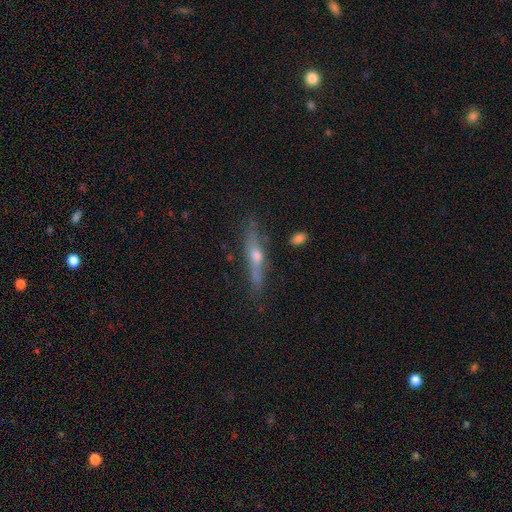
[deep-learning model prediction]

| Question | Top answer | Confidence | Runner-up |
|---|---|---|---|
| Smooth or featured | featured or disk | 66% | smooth (24%) |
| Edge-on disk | yes | 91% | no (9%) |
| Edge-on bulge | rounded | 90% | none (7%) |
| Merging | none | 80% | minor disturbance (14%) |